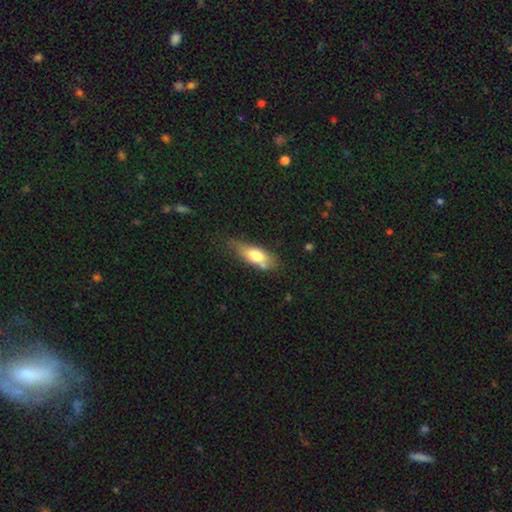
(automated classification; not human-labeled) A smooth galaxy with no disk features (69%) that is in between round and cigar-shaped (72%).

Vote fractions:
- Smooth or featured? smooth: 69% / featured or disk: 24% / star or artifact: 7%
- How rounded? in between: 72% / cigar-shaped: 24% / round: 4%
- Merging? none: 52% / minor disturbance: 31% / major disturbance: 10% / merger: 7%